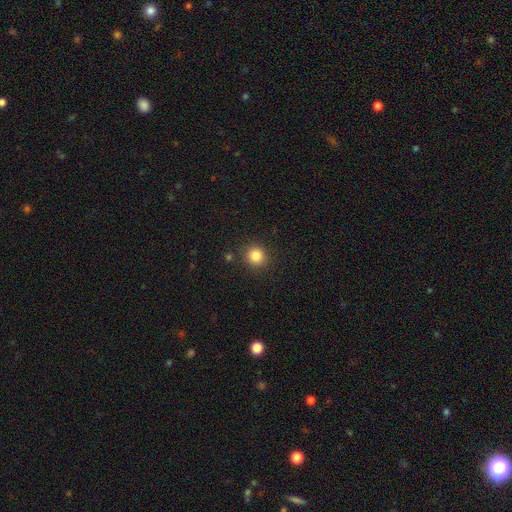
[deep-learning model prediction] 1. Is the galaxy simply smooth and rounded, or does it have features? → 84% smooth, 12% star or artifact, 5% featured or disk.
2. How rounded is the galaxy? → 91% round, 8% in between, 1% cigar-shaped.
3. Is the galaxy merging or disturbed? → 89% none, 7% minor disturbance, 2% major disturbance, 2% merger.